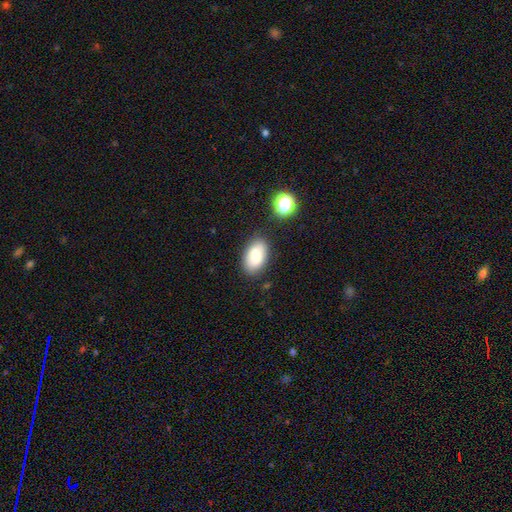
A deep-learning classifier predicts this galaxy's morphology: smooth 80%, featured or disk 11%, star or artifact 9%. Down the decision tree: how rounded — in between (92%); merging — none (79%).